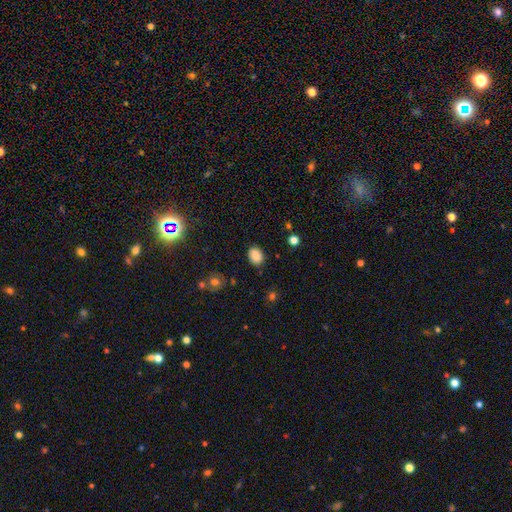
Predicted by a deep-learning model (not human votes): smooth_or_featured: smooth (p=0.85) [alt: star or artifact p=0.10]
how_rounded: in between (p=0.66) [alt: round p=0.33]
merging: none (p=0.85) [alt: minor disturbance p=0.11]